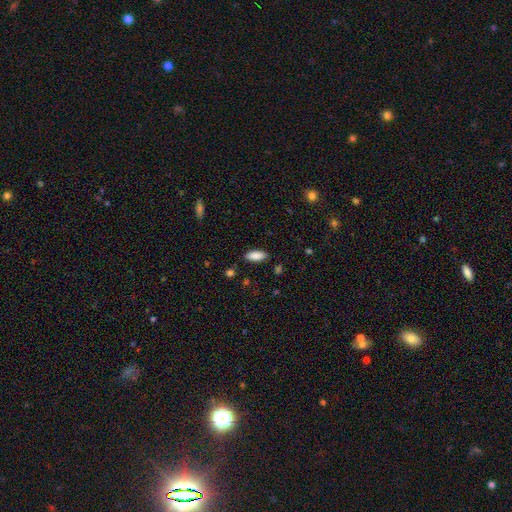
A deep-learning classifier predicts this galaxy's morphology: Smooth or featured? smooth (88%)
How rounded? in between (84%)
Merging? none (85%)